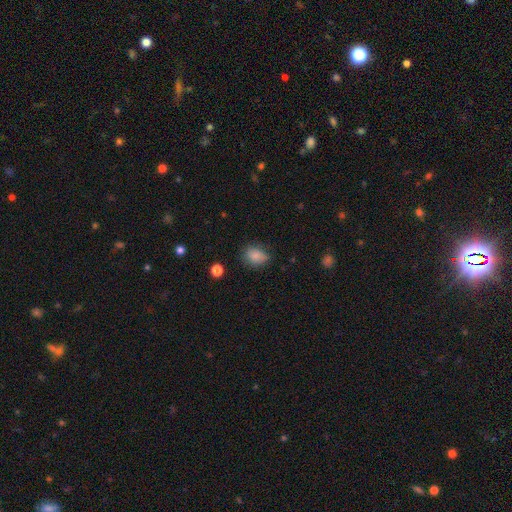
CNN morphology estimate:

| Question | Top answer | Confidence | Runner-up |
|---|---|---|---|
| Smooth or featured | smooth | 83% | star or artifact (10%) |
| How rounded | in between | 57% | round (42%) |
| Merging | none | 71% | minor disturbance (22%) |